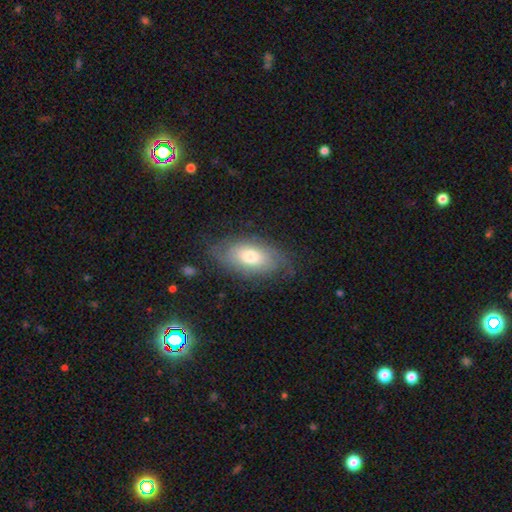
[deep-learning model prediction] smooth-or-featured: featured or disk: 48% | smooth: 45% | star or artifact: 7%
  merging: none: 68% | minor disturbance: 22% | major disturbance: 9% | merger: 1%